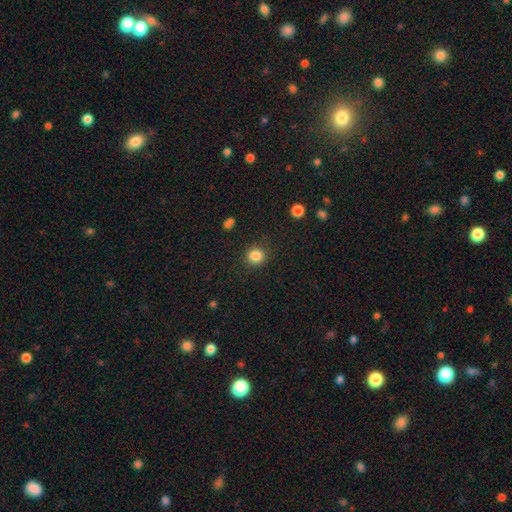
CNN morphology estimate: Smooth or featured?
  - smooth: 85% *
  - star or artifact: 11%
  - featured or disk: 4%
How rounded?
  - round: 91% *
  - in between: 8%
  - cigar-shaped: 1%
Merging?
  - none: 89% *
  - minor disturbance: 7%
  - major disturbance: 3%
  - merger: 1%